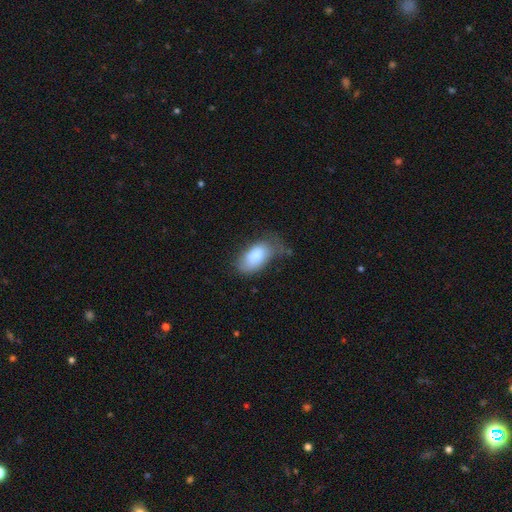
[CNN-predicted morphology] Smooth or featured? Predicted: smooth (p=0.82). How rounded? Predicted: in between (p=0.94). Merging? Predicted: none (p=0.47).